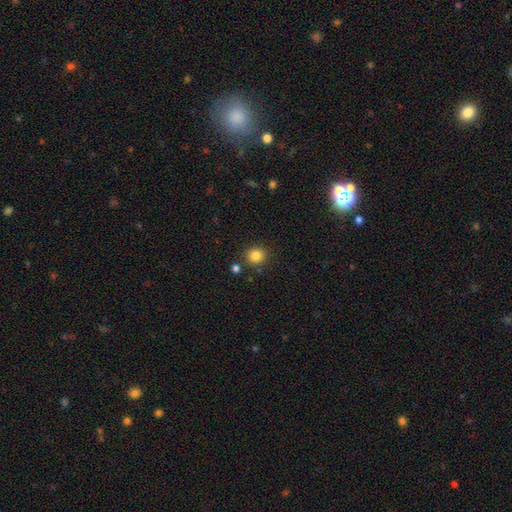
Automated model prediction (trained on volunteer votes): Smooth or featured: smooth — 84% (star or artifact — 12%)
How rounded: round — 86% (in between — 13%)
Merging: none — 85% (minor disturbance — 7%)